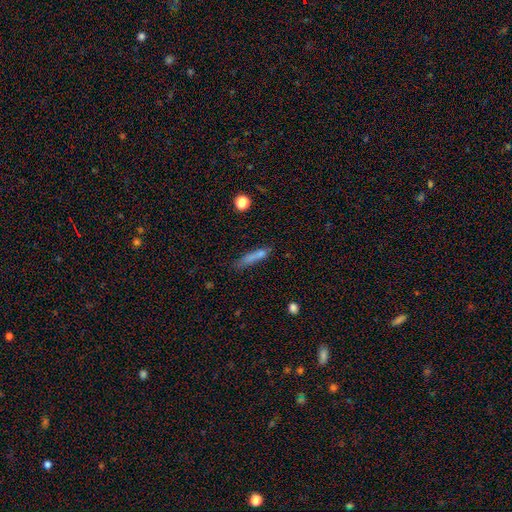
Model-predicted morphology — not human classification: Smooth or featured: smooth — 71% (featured or disk — 18%)
How rounded: cigar-shaped — 84% (in between — 13%)
Merging: none — 58% (minor disturbance — 23%)